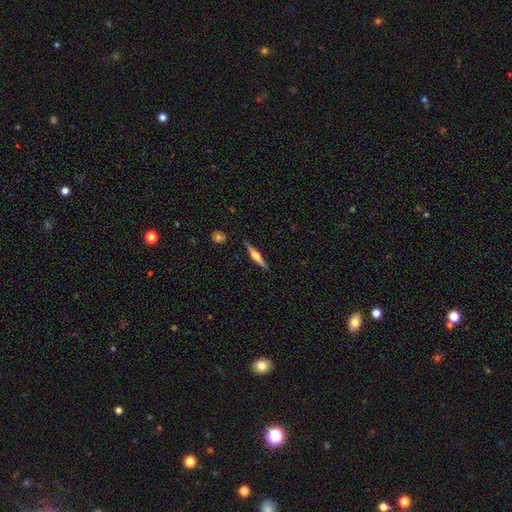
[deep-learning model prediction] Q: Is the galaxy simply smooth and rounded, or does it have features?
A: featured or disk — 64%.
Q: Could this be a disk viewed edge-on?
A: yes — 97%.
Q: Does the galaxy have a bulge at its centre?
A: rounded — 89%.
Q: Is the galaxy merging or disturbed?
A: none — 89%.